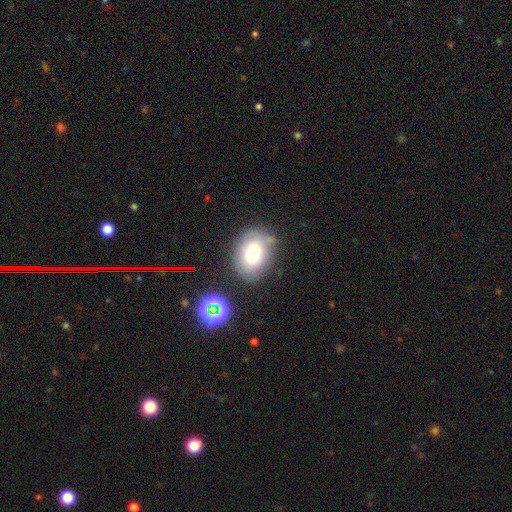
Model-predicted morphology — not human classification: This appears to be a smooth galaxy with no disk features (75%) that is in between round and cigar-shaped (70%). Merging: none (69%).